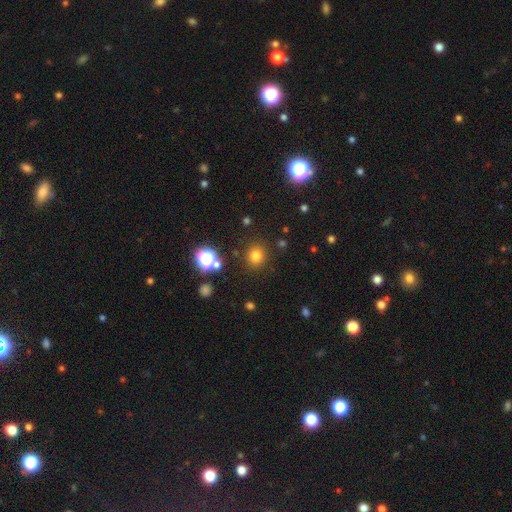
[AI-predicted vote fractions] This appears to be a smooth galaxy with no disk features (76%) that is round (86%). Merging: none (87%).